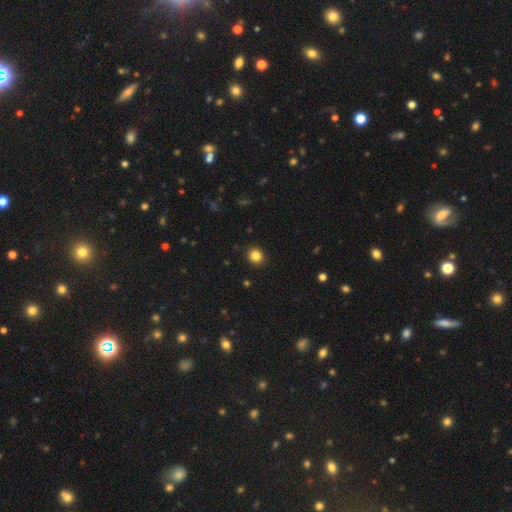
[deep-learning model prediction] smooth_or_featured: smooth (p=0.84) [alt: star or artifact p=0.12]
how_rounded: round (p=0.83) [alt: in between p=0.16]
merging: none (p=0.91) [alt: minor disturbance p=0.06]